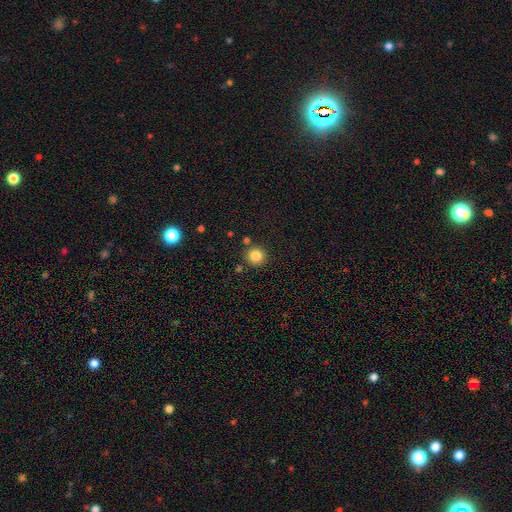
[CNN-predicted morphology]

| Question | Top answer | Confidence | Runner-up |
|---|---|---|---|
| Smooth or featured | smooth | 84% | star or artifact (11%) |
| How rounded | round | 94% | in between (5%) |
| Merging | none | 87% | minor disturbance (6%) |